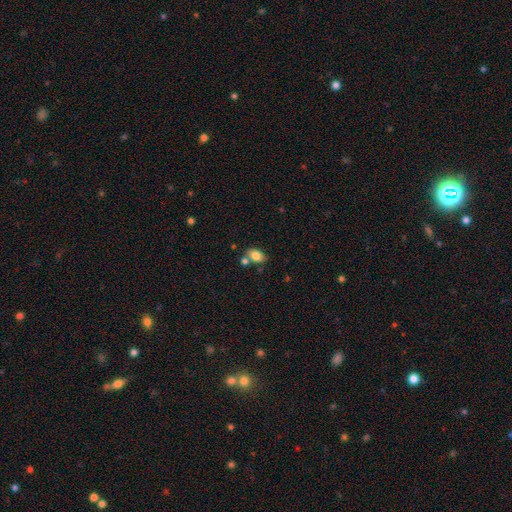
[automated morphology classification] Smooth or featured? smooth (82%)
How rounded? in between (82%)
Merging? none (63%)